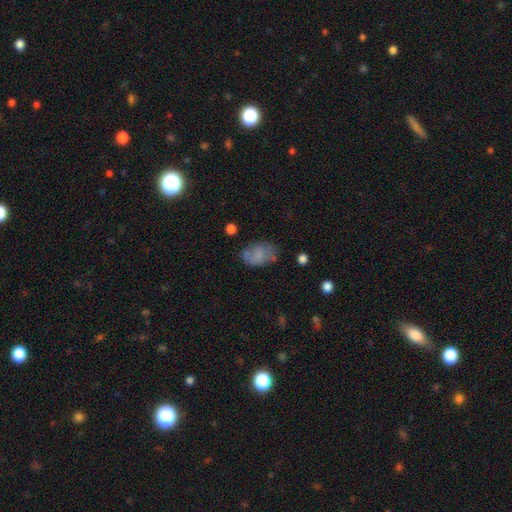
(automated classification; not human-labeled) smooth_or_featured: smooth (p=0.67) [alt: featured or disk p=0.24]
how_rounded: in between (p=0.86) [alt: round p=0.13]
merging: none (p=0.59) [alt: minor disturbance p=0.26]